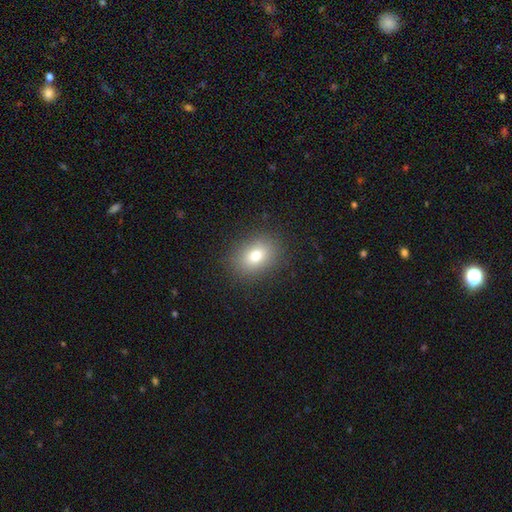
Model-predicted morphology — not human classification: Smooth or featured? smooth (78%)
How rounded? in between (67%)
Merging? none (88%)